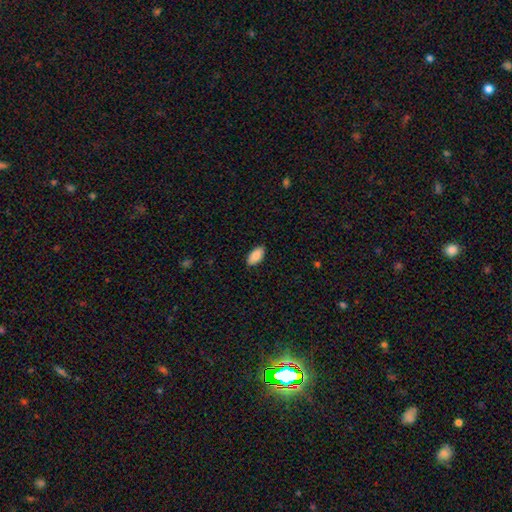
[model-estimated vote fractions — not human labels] This appears to be a smooth galaxy with no disk features (89%) that is in between round and cigar-shaped (93%). Merging: none (88%).